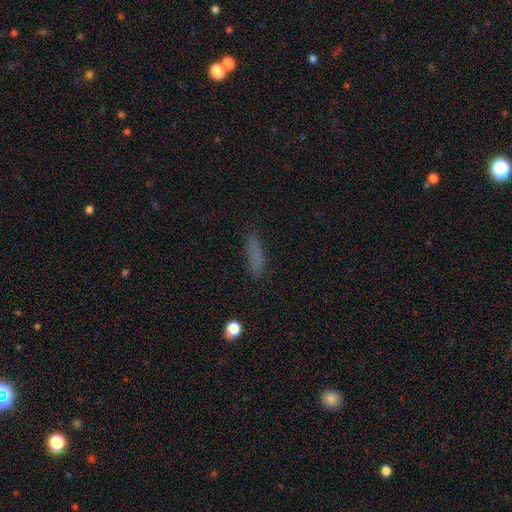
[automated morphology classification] Smooth or featured?
  - smooth: 73% *
  - star or artifact: 15%
  - featured or disk: 12%
How rounded?
  - cigar-shaped: 66% *
  - in between: 31%
  - round: 3%
Merging?
  - none: 78% *
  - minor disturbance: 15%
  - major disturbance: 5%
  - merger: 2%